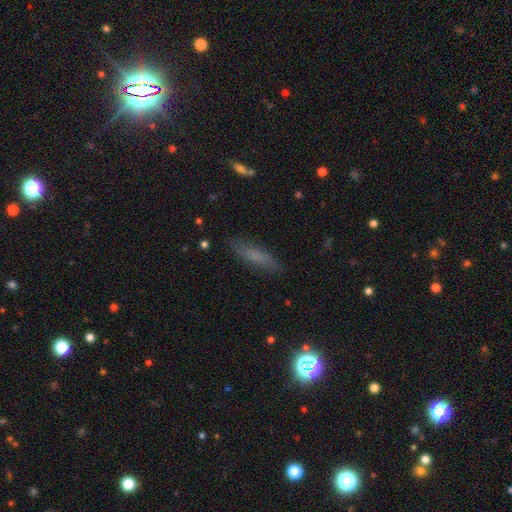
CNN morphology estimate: The model was most divided on "how rounded": cigar-shaped: 67%, in between: 30%, round: 3%. More confident: merging — none (83%); smooth or featured — smooth (66%).